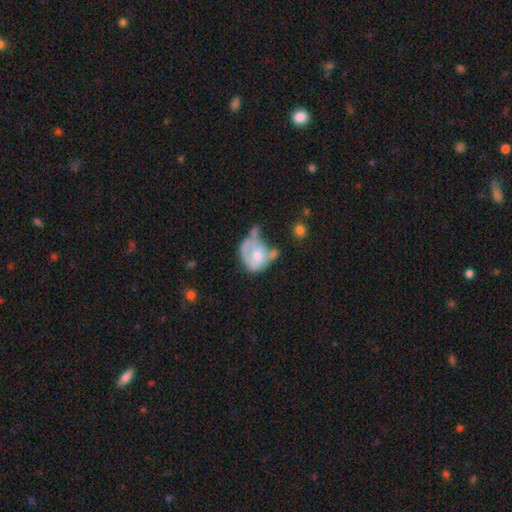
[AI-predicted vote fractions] smooth-or-featured: featured or disk: 50% | smooth: 43% | star or artifact: 7%
  disk-edge-on: no: 97% | yes: 3%
  merging: major disturbance: 35% | minor disturbance: 23% | merger: 23% | none: 19%